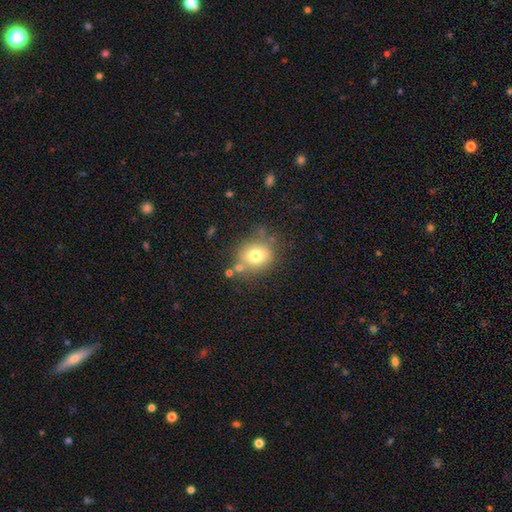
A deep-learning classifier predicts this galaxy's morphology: Overall: smooth (75%). How rounded: round (72%). Merging: none (70%).